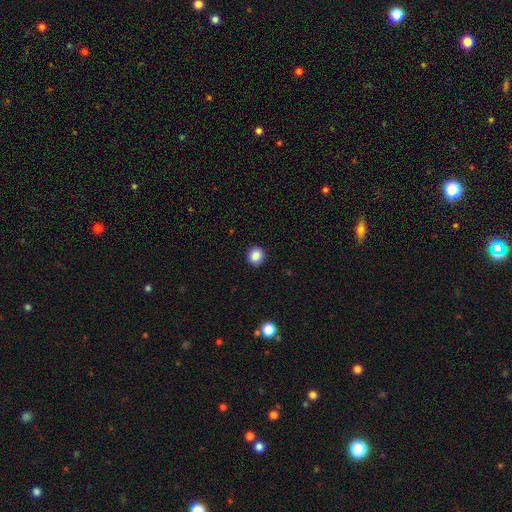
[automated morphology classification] This is clearly a smooth galaxy (87%). How rounded: clearly round (86%). Merging: clearly none (92%).